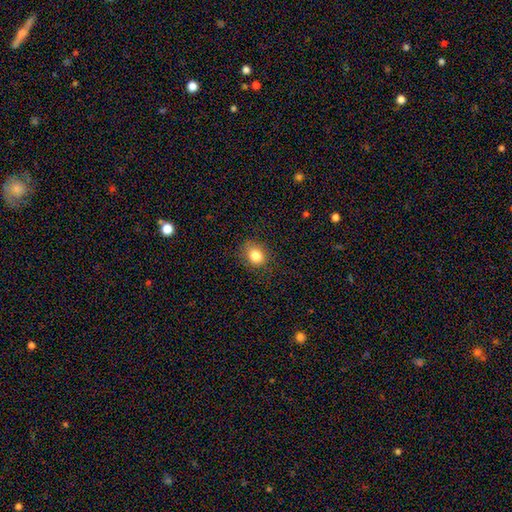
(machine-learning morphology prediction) smooth_or_featured: smooth (p=0.82) [alt: star or artifact p=0.11]
how_rounded: round (p=0.63) [alt: in between p=0.36]
merging: none (p=0.83) [alt: minor disturbance p=0.12]